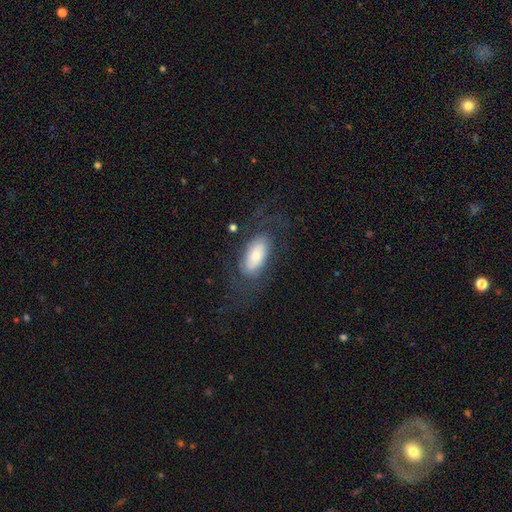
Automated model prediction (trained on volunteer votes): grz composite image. It shows a smooth galaxy with no disk features (52%) that is in between round and cigar-shaped (88%). Merging: none (62%).